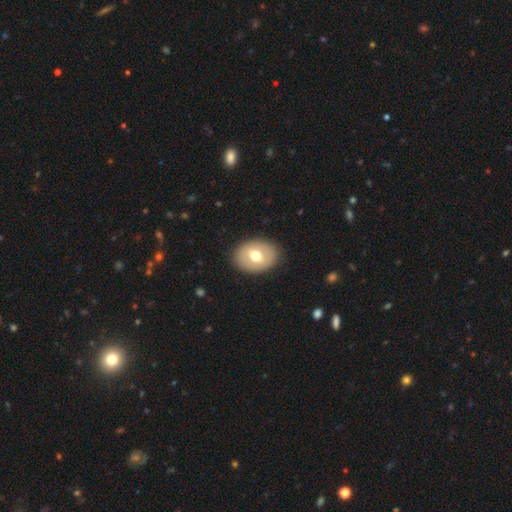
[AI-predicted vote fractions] smooth_or_featured: smooth (p=0.66) [alt: featured or disk p=0.27]
how_rounded: in between (p=0.66) [alt: round p=0.33]
merging: none (p=0.87) [alt: minor disturbance p=0.09]